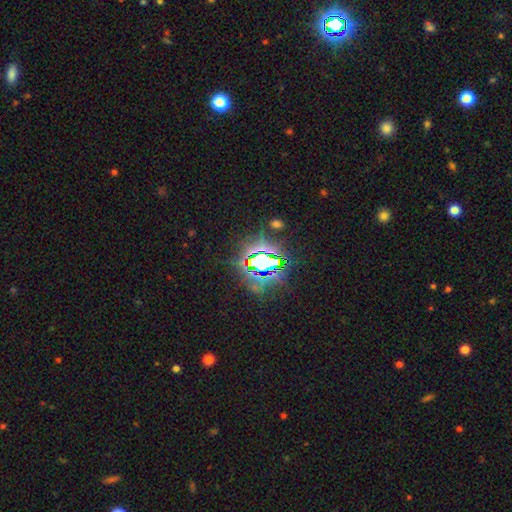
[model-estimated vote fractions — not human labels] Smooth or featured? Predicted: star or artifact (p=0.82).